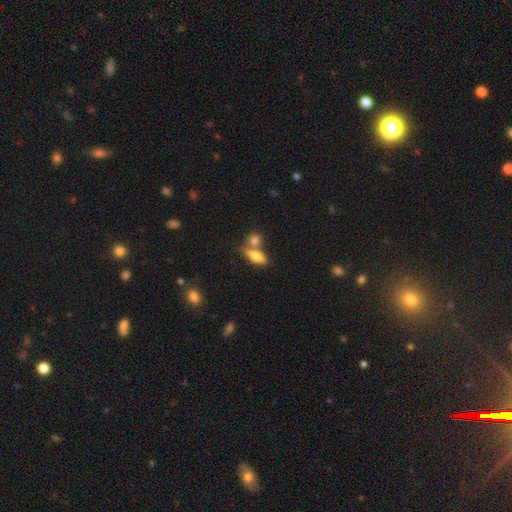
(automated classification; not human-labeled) Q: Smooth or featured?
A: smooth (74%); runner-up: featured or disk (18%)
Q: How rounded?
A: in between (71%); runner-up: cigar-shaped (22%)
Q: Merging?
A: none (49%); runner-up: merger (35%)